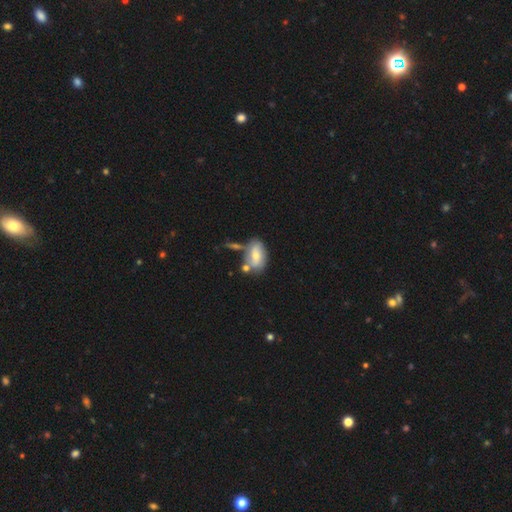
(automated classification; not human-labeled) A smooth galaxy with no disk features (63%) that is in between round and cigar-shaped (88%). Merging: none (52%).